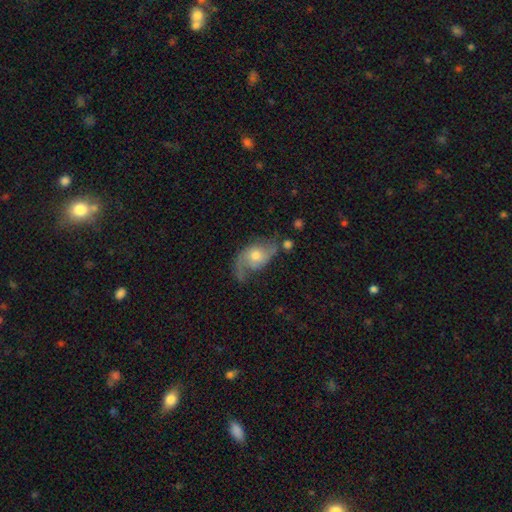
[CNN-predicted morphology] This is likely a featured or disk galaxy (71%). It is clearly not viewed edge-on (95%). Bar: likely no (71%). Spiral arm pattern: clearly yes (90%). Spiral arm count: likely 2 (75%). Spiral winding: possibly loose (58%). Central bulge: likely moderate (62%). Merging: possibly none (52%).